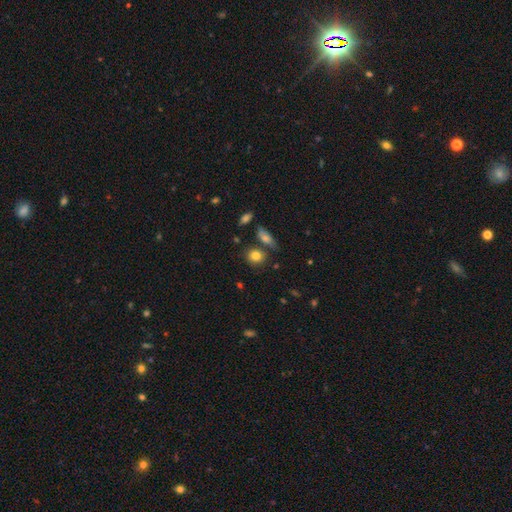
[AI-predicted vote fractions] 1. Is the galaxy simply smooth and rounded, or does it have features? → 81% smooth, 10% star or artifact, 9% featured or disk.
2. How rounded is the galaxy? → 66% round, 32% in between, 2% cigar-shaped.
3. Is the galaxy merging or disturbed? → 73% none, 13% minor disturbance, 11% merger, 4% major disturbance.